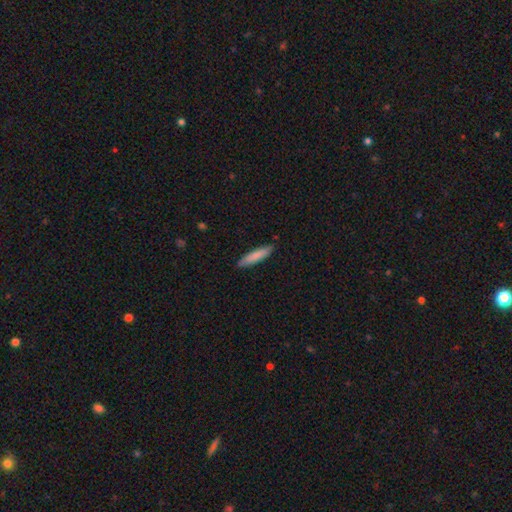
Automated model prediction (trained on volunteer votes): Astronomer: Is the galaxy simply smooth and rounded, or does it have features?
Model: smooth — 82%.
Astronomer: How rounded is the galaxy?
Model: cigar-shaped — 84%.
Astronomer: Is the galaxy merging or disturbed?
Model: none — 87%.